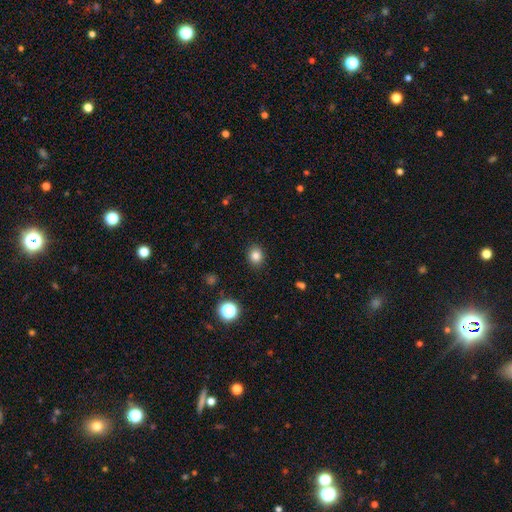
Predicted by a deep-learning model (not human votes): Morphology: type=smooth (83%); roundness=round (61%); merging=none (90%).